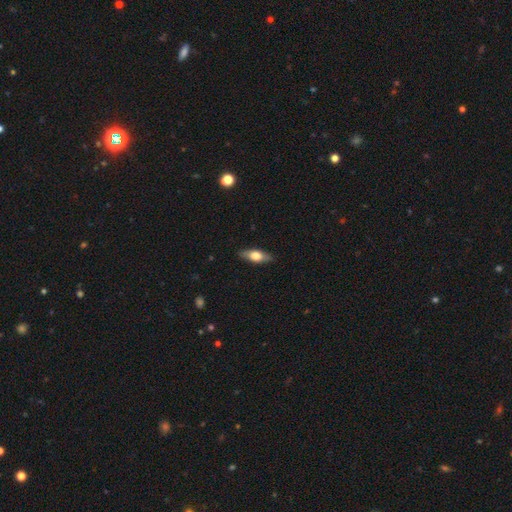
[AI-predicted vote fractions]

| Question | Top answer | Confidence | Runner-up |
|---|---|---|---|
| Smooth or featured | smooth | 55% | featured or disk (39%) |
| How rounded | in between | 67% | cigar-shaped (29%) |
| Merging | none | 86% | minor disturbance (11%) |